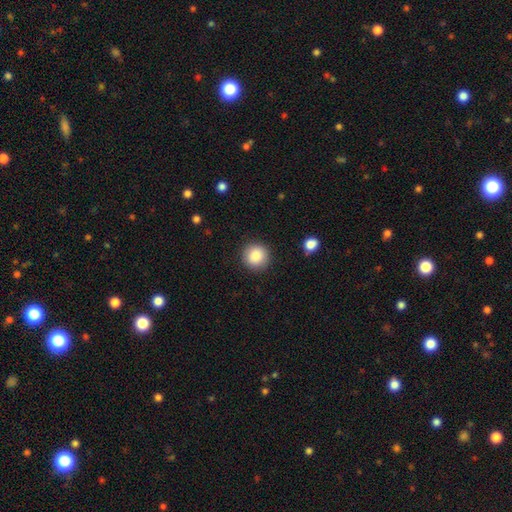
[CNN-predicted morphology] Smooth or featured? smooth (87%)
How rounded? round (94%)
Merging? none (90%)